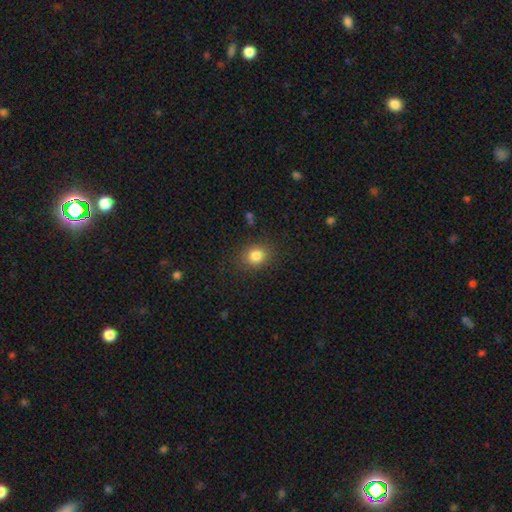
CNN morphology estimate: Q: Smooth or featured?
A: smooth (83%); runner-up: star or artifact (11%)
Q: How rounded?
A: round (64%); runner-up: in between (35%)
Q: Merging?
A: none (85%); runner-up: minor disturbance (10%)